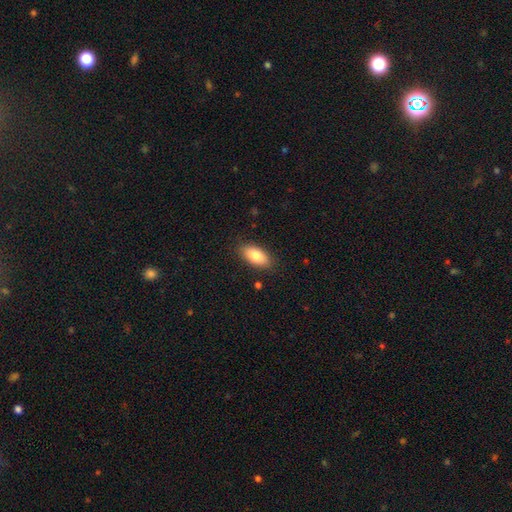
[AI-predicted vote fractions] A smooth galaxy with no disk features (83%) that is in between round and cigar-shaped (91%).

Vote fractions:
- Smooth or featured? smooth: 83% / featured or disk: 10% / star or artifact: 7%
- How rounded? in between: 91% / cigar-shaped: 6% / round: 3%
- Merging? none: 86% / minor disturbance: 10% / major disturbance: 2% / merger: 1%